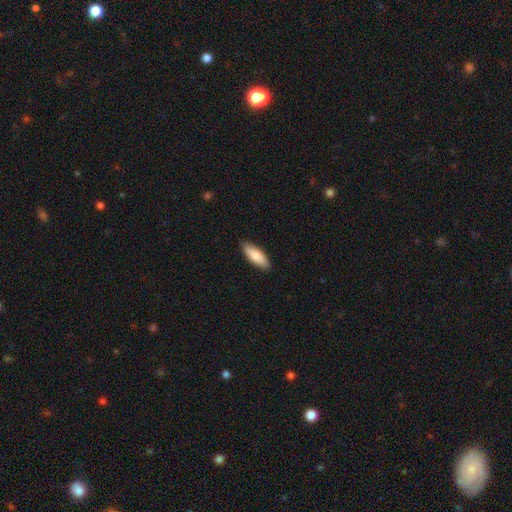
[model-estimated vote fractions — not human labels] Smooth or featured? Predicted: smooth (p=0.83). How rounded? Predicted: in between (p=0.64). Merging? Predicted: none (p=0.88).